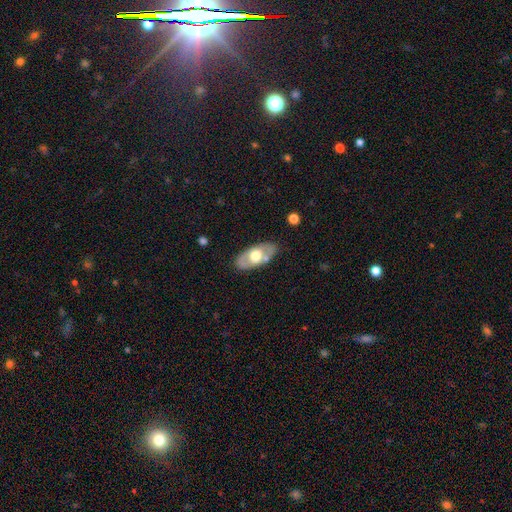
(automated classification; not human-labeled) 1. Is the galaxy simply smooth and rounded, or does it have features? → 51% featured or disk, 44% smooth, 5% star or artifact.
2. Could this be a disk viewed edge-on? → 80% no, 20% yes.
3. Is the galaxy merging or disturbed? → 78% none, 14% minor disturbance, 4% merger, 4% major disturbance.